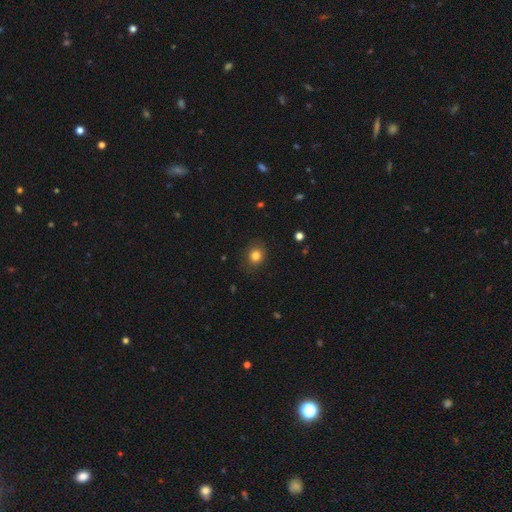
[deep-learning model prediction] smooth-or-featured: smooth: 82% | star or artifact: 12% | featured or disk: 6%
  how-rounded: round: 75% | in between: 25% | cigar-shaped: 1%
  merging: none: 85% | minor disturbance: 11% | major disturbance: 3% | merger: 1%